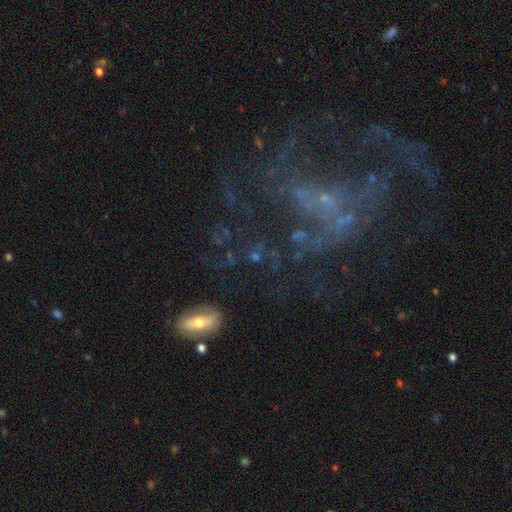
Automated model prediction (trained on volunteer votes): This appears to be a featured or disk galaxy (39%). Merging: none (59%).